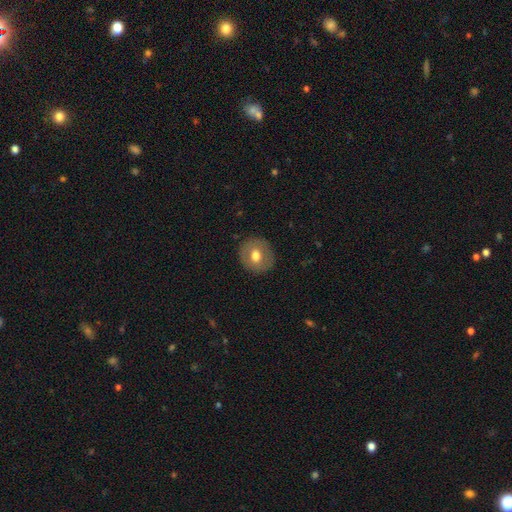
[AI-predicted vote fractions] Smooth or featured: smooth — 64% (featured or disk — 29%)
How rounded: round — 86% (in between — 13%)
Merging: none — 88% (minor disturbance — 8%)